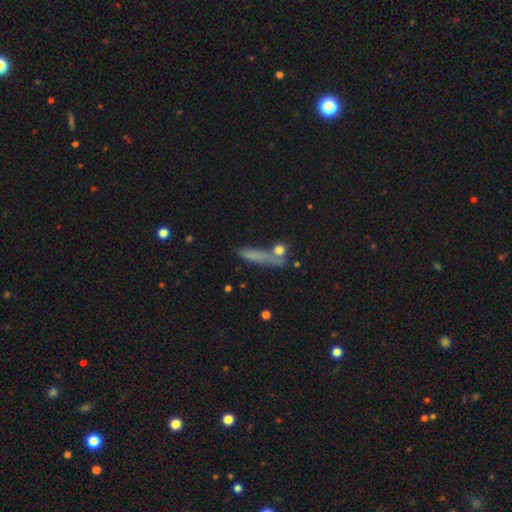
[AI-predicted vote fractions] Smooth or featured?
  - smooth: 68% *
  - featured or disk: 20%
  - star or artifact: 12%
How rounded?
  - cigar-shaped: 81% *
  - in between: 14%
  - round: 5%
Merging?
  - none: 62% *
  - minor disturbance: 18%
  - merger: 12%
  - major disturbance: 8%